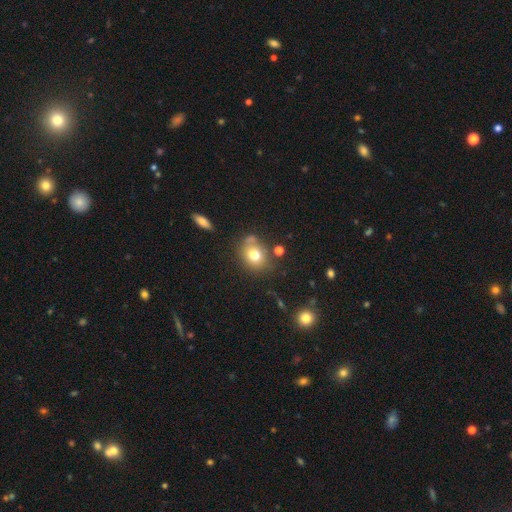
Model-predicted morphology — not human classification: A smooth galaxy with no disk features (75%) that is round (57%). Merging: none (62%).